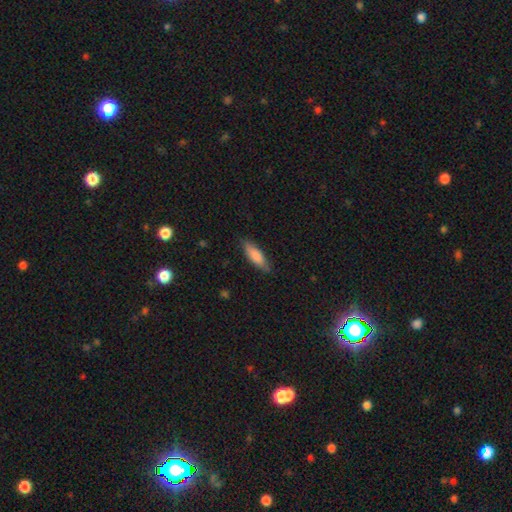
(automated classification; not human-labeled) Morphology: type=smooth (80%); roundness=cigar-shaped (50%); merging=none (82%).